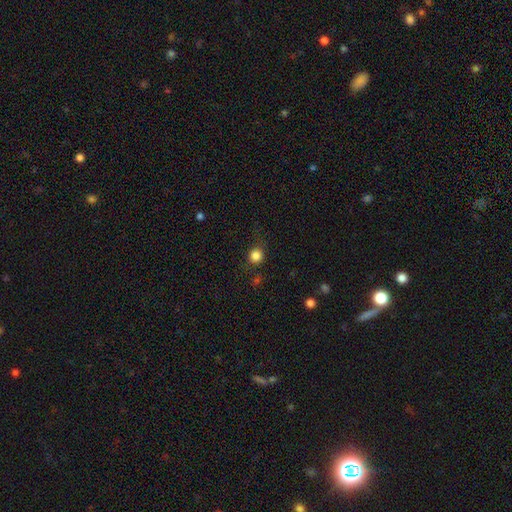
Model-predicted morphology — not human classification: A smooth galaxy with no disk features (83%) that is round (90%).

Vote fractions:
- Smooth or featured? smooth: 83% / star or artifact: 13% / featured or disk: 5%
- How rounded? round: 90% / in between: 9% / cigar-shaped: 1%
- Merging? none: 81% / minor disturbance: 12% / major disturbance: 5% / merger: 2%